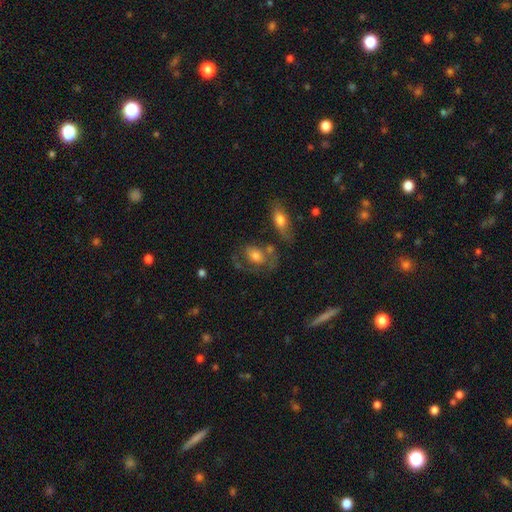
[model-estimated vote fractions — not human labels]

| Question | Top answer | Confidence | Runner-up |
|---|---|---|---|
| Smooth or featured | smooth | 53% | featured or disk (38%) |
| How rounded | in between | 74% | round (24%) |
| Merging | none | 48% | minor disturbance (20%) |